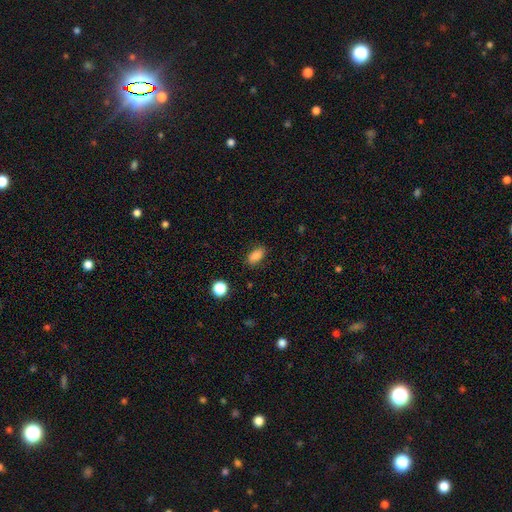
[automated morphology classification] A smooth galaxy with no disk features (82%) that is in between round and cigar-shaped (88%). Merging: none (85%).